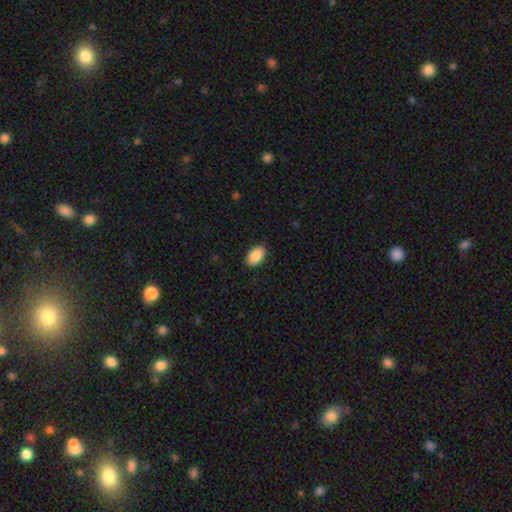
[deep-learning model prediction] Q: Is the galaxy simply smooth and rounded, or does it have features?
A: smooth — 90%.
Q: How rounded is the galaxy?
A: in between — 93%.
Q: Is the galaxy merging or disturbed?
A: none — 88%.